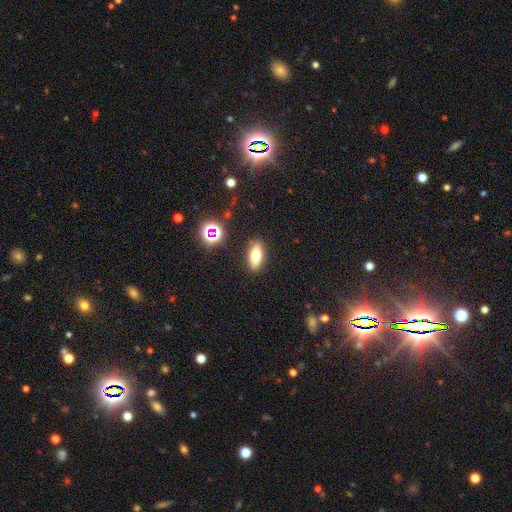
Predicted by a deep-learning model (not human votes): smooth_or_featured: smooth (p=0.66) [alt: featured or disk p=0.22]
how_rounded: in between (p=0.74) [alt: cigar-shaped p=0.20]
merging: none (p=0.88) [alt: minor disturbance p=0.08]